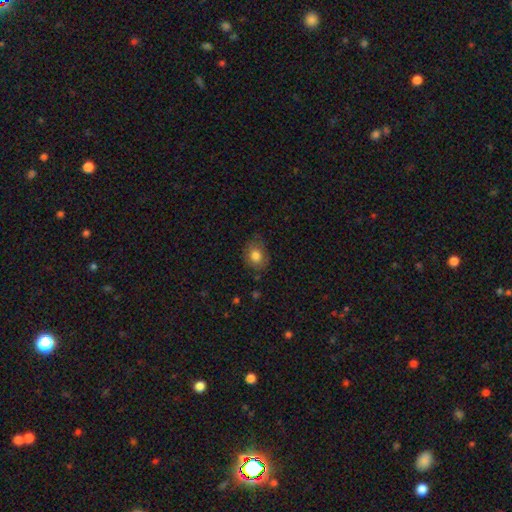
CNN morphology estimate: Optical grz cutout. It shows a smooth galaxy with no disk features (78%) that is in between round and cigar-shaped (53%). Merging: none (76%).